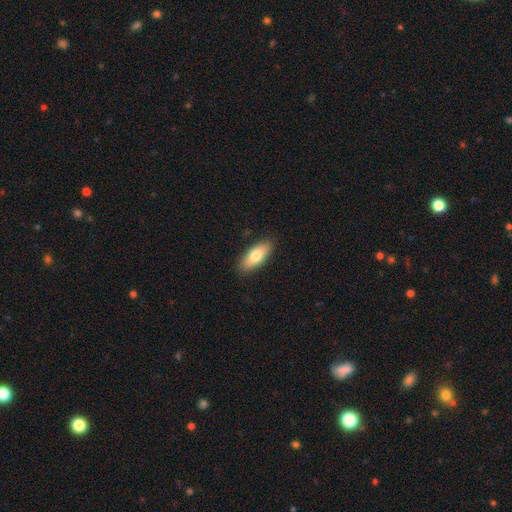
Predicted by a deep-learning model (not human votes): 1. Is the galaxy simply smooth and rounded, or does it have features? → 74% smooth, 20% featured or disk, 6% star or artifact.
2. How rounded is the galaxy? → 71% in between, 26% cigar-shaped, 3% round.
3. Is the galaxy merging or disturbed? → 89% none, 8% minor disturbance, 2% major disturbance, 1% merger.